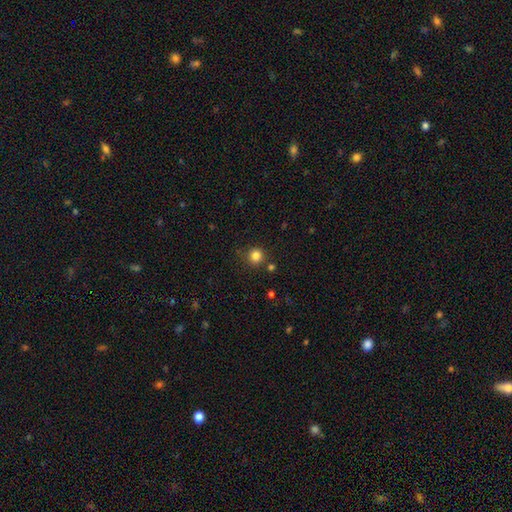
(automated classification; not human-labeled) A smooth galaxy with no disk features (83%) that is round (94%). Merging: none (83%).